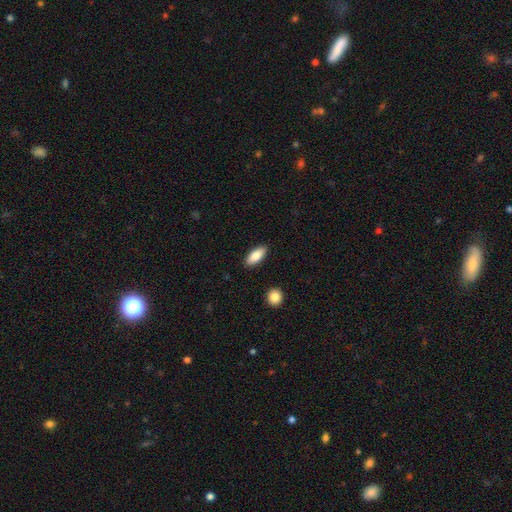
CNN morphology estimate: Smooth or featured: smooth — 83% (featured or disk — 10%)
How rounded: in between — 83% (cigar-shaped — 15%)
Merging: none — 88% (minor disturbance — 8%)